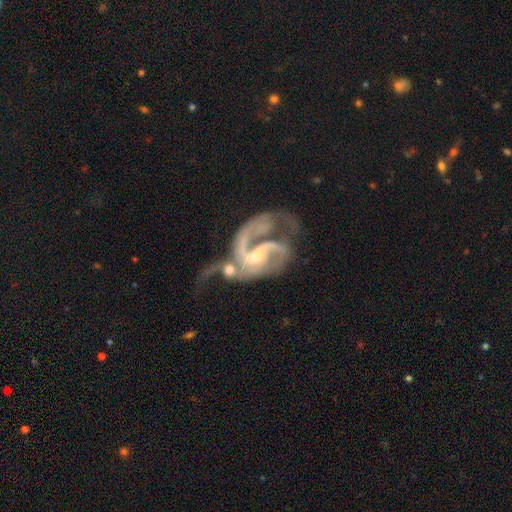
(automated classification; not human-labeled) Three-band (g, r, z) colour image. It shows a featured or disk galaxy (89%) with a weak bar (44%), 2 (65%) medium (47%) spiral arms (95%) and a small central bulge (51%). Merging: merger (38%).